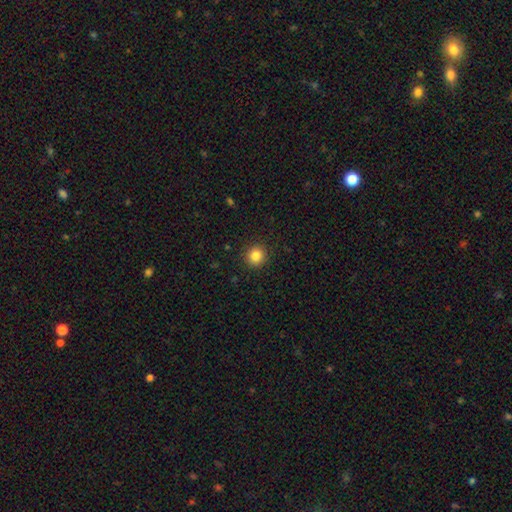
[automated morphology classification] Smooth or featured: smooth — 85% (star or artifact — 11%)
How rounded: round — 93% (in between — 6%)
Merging: none — 92% (minor disturbance — 5%)